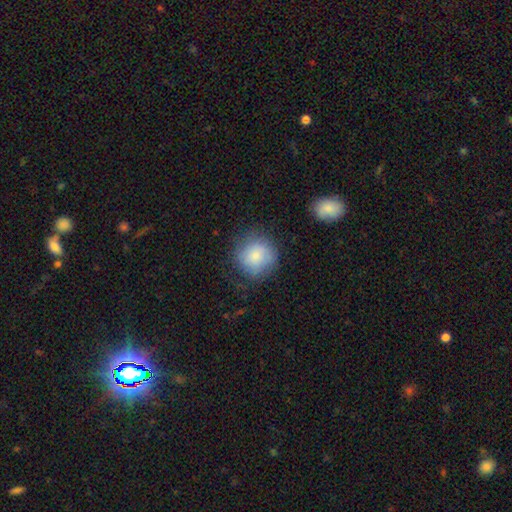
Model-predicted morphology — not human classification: type=smooth (78%); roundness=round (92%); merging=none (70%).